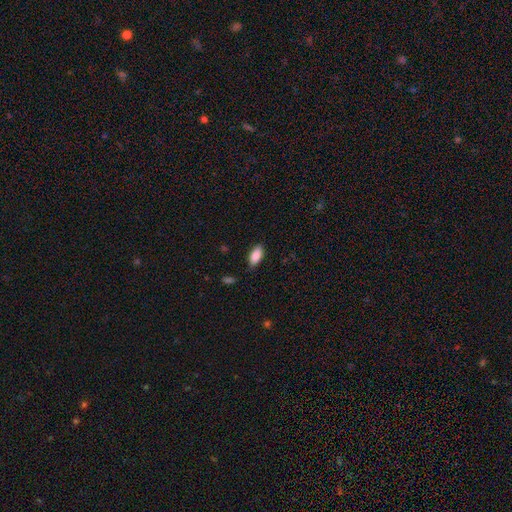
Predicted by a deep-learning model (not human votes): This is clearly a smooth galaxy (88%). How rounded: clearly in between (90%). Merging: clearly none (83%).